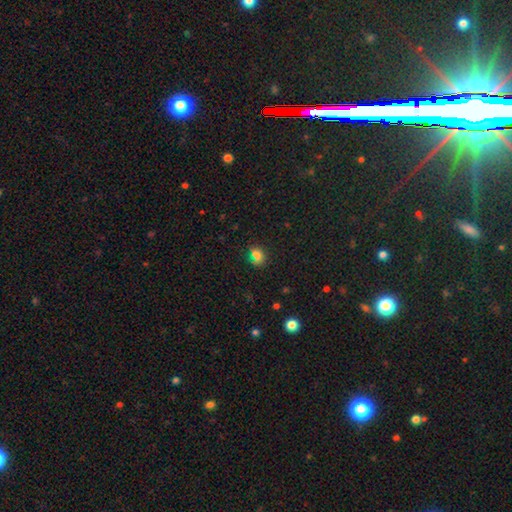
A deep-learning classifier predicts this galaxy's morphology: smooth 74%, star or artifact 19%, featured or disk 7%. Down the decision tree: how rounded — round (52%); merging — none (74%).